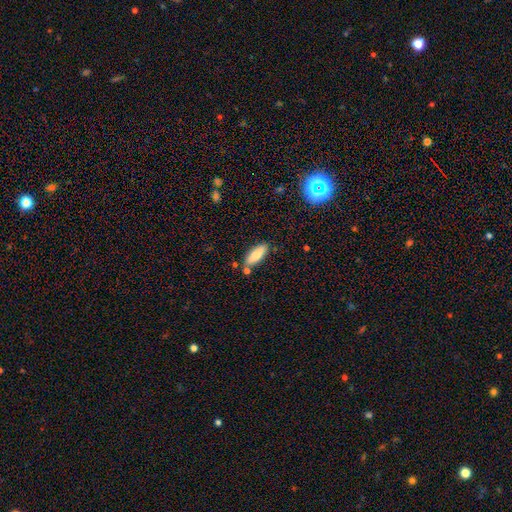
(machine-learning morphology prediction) Smooth or featured? smooth (81%)
How rounded? in between (65%)
Merging? none (75%)